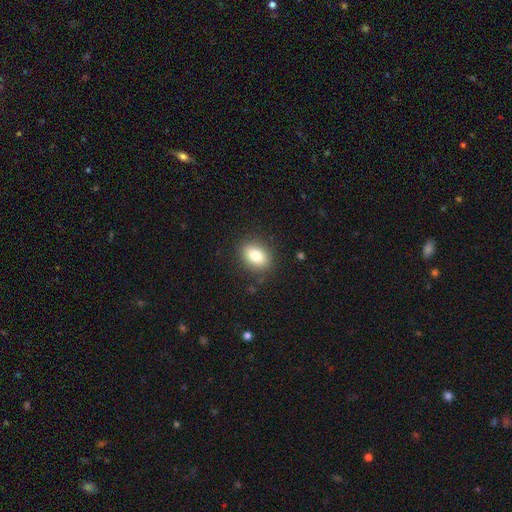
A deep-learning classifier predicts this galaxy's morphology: Smooth or featured? smooth (80%)
How rounded? in between (73%)
Merging? none (87%)